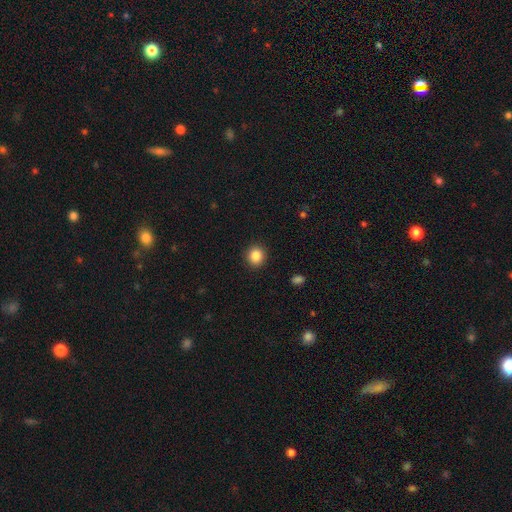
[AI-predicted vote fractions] Smooth or featured? Predicted: smooth (p=0.86). How rounded? Predicted: round (p=0.86). Merging? Predicted: none (p=0.92).